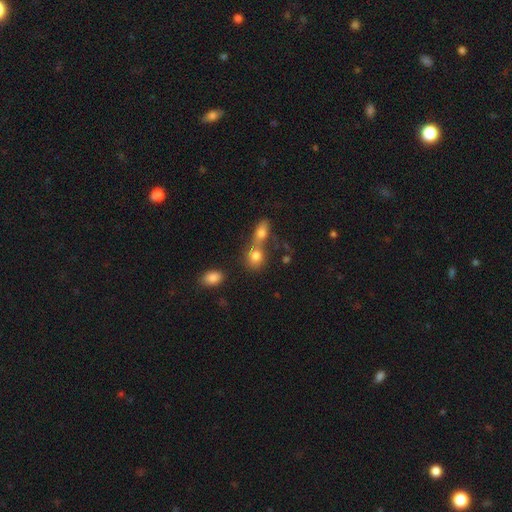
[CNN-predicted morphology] This is likely a smooth galaxy (78%). How rounded: likely round (60%). Merging: possibly merger (57%).